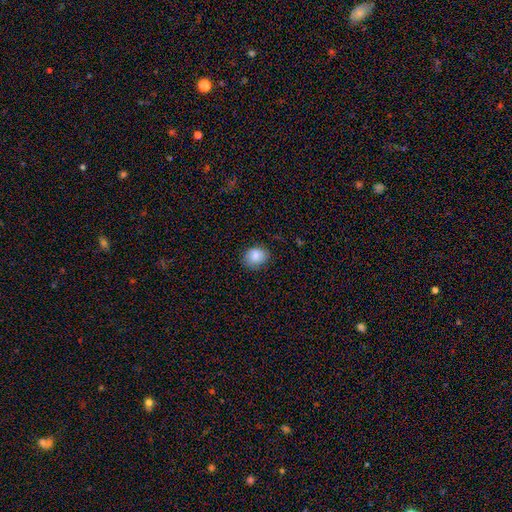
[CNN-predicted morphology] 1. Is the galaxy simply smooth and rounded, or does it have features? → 83% smooth, 9% star or artifact, 9% featured or disk.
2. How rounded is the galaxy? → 67% round, 32% in between, 1% cigar-shaped.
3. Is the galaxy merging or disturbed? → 80% none, 15% minor disturbance, 3% major disturbance, 1% merger.